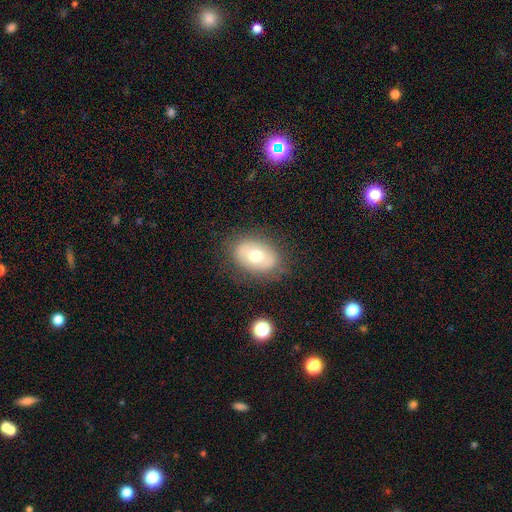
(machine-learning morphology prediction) type=smooth (62%); roundness=in between (75%); merging=none (80%).